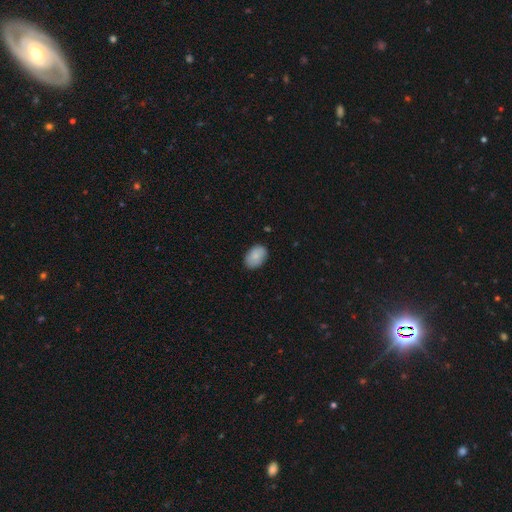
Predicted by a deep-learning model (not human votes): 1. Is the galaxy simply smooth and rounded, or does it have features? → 85% smooth, 9% featured or disk, 7% star or artifact.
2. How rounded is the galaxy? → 87% in between, 12% round, 1% cigar-shaped.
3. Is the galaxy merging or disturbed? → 84% none, 12% minor disturbance, 2% major disturbance, 1% merger.